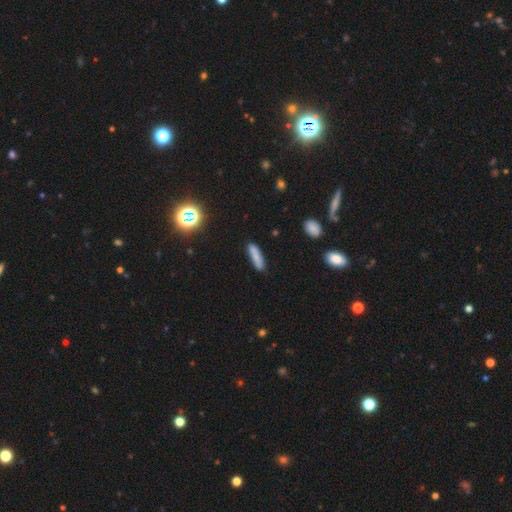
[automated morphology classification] This appears to be a smooth galaxy with no disk features (77%) that is cigar-shaped (71%). Merging: none (81%).